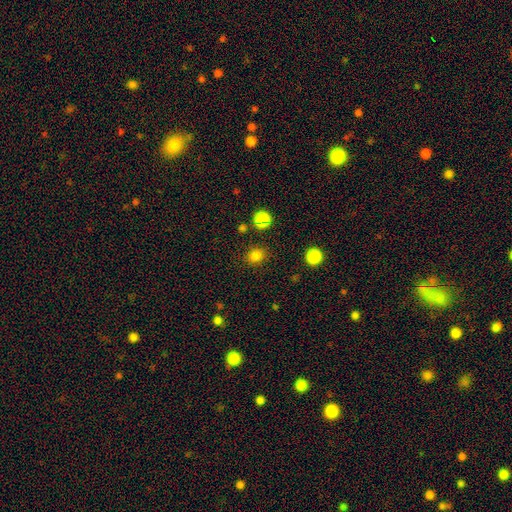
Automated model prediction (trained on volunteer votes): Smooth or featured? Predicted: smooth (p=0.80). How rounded? Predicted: round (p=0.75). Merging? Predicted: none (p=0.86).